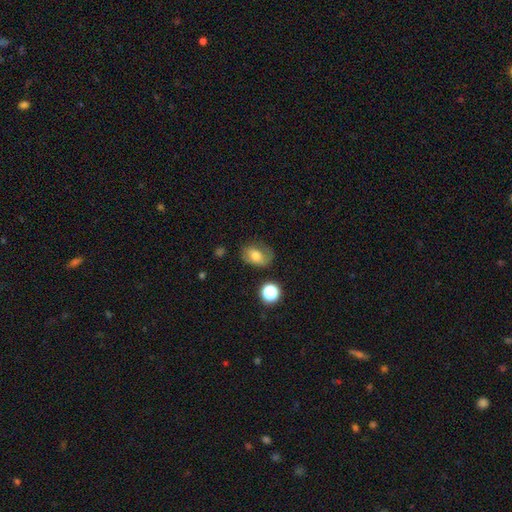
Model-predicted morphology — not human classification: Smooth or featured? smooth (63%)
How rounded? in between (75%)
Merging? none (57%)